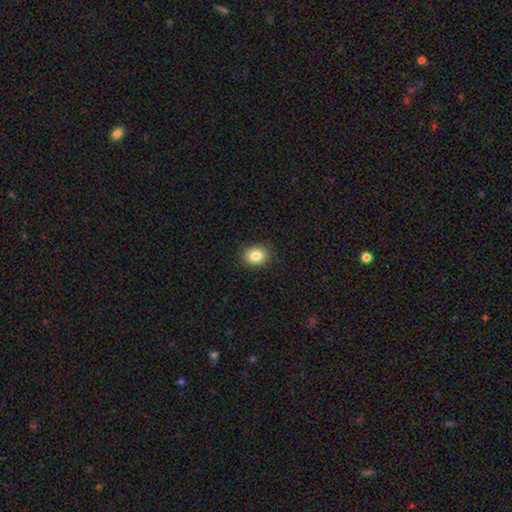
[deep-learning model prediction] This appears to be a smooth galaxy with no disk features (84%) that is round (60%). Merging: none (89%).